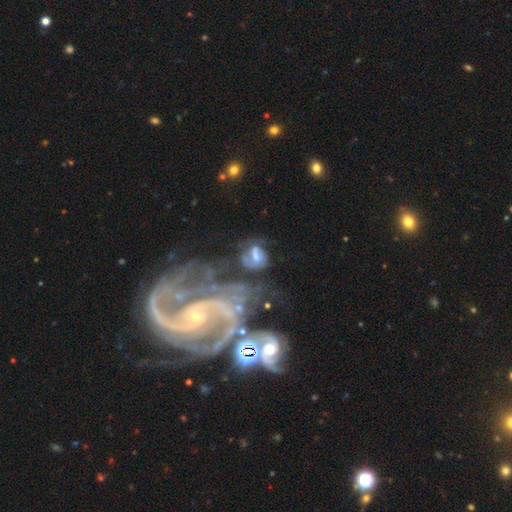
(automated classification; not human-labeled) featured or disk 57%, smooth 32%, star or artifact 11%. Down the decision tree: edge-on disk — no (96%); bar — weak (40%); spiral arms — yes (73%); bulge size — small (36%); merging — none (36%).